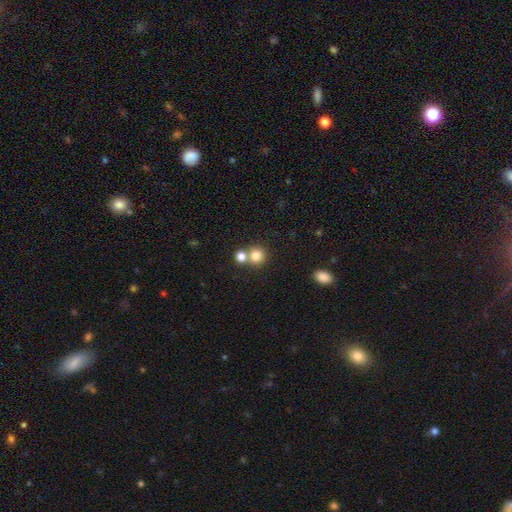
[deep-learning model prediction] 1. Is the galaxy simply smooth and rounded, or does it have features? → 81% smooth, 12% star or artifact, 7% featured or disk.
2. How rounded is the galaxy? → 88% round, 11% in between, 1% cigar-shaped.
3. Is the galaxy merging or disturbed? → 57% none, 34% merger, 7% minor disturbance, 3% major disturbance.